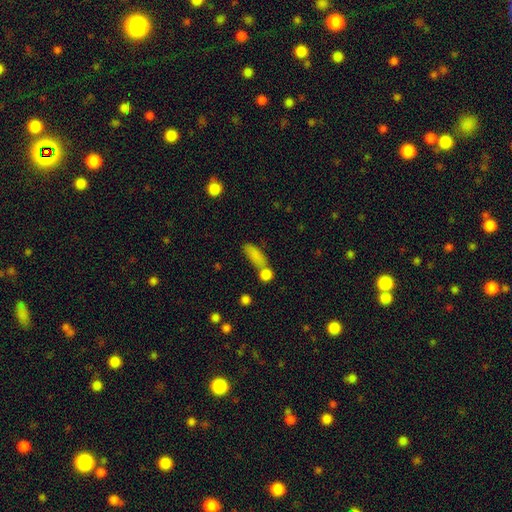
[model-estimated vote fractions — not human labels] A smooth galaxy with no disk features (82%) that is in between round and cigar-shaped (60%). Merging: none (49%).